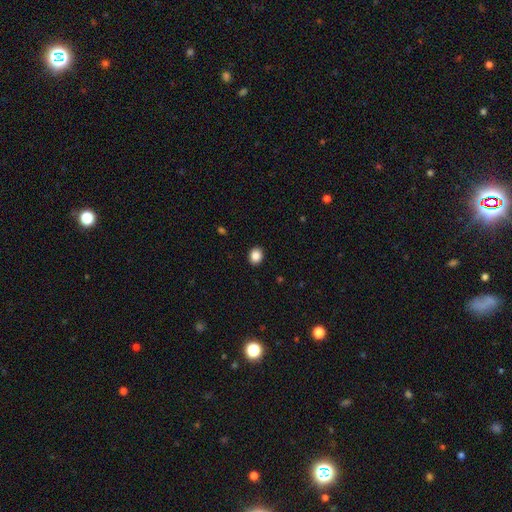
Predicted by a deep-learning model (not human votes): The model was most divided on "how rounded": round: 55%, in between: 44%, cigar-shaped: 1%. More confident: merging — none (91%); smooth or featured — smooth (88%).